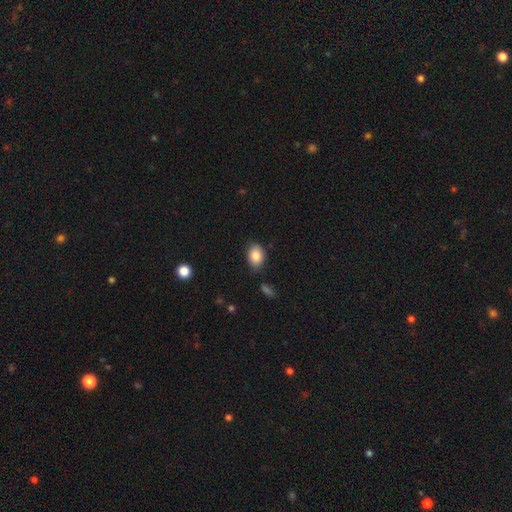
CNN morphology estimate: This appears to be a smooth galaxy with no disk features (86%) that is in between round and cigar-shaped (75%). Merging: none (78%).